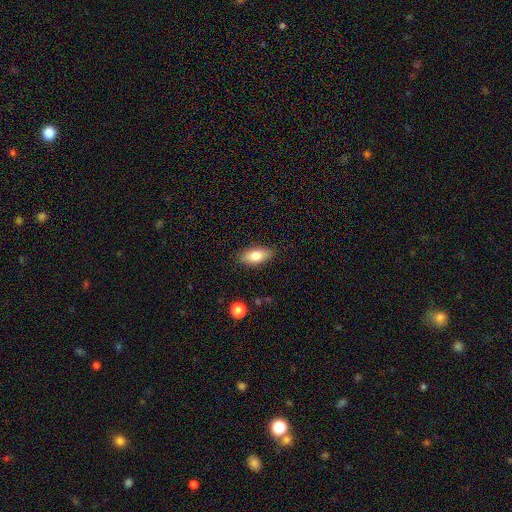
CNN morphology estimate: smooth 79%, featured or disk 14%, star or artifact 7%. Down the decision tree: how rounded — in between (84%); merging — none (86%).